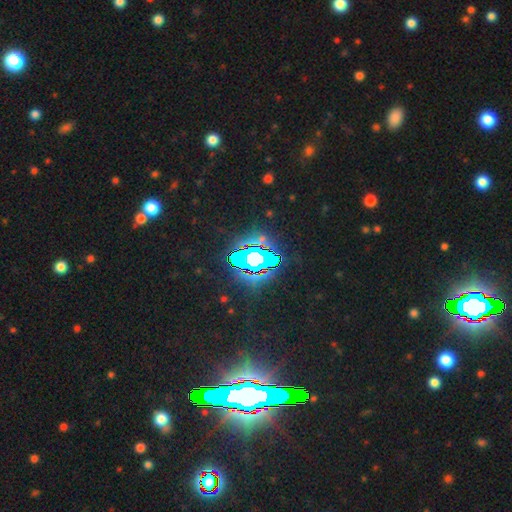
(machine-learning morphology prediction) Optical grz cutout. It shows a star or artifact, not a galaxy (79%).